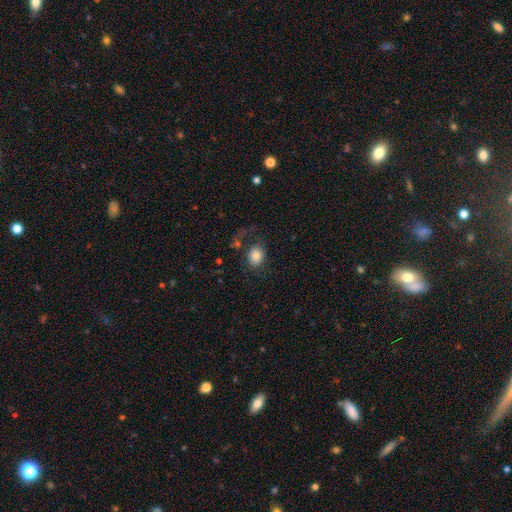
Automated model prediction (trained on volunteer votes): Smooth or featured? Predicted: smooth (p=0.82). How rounded? Predicted: in between (p=0.56). Merging? Predicted: none (p=0.56).